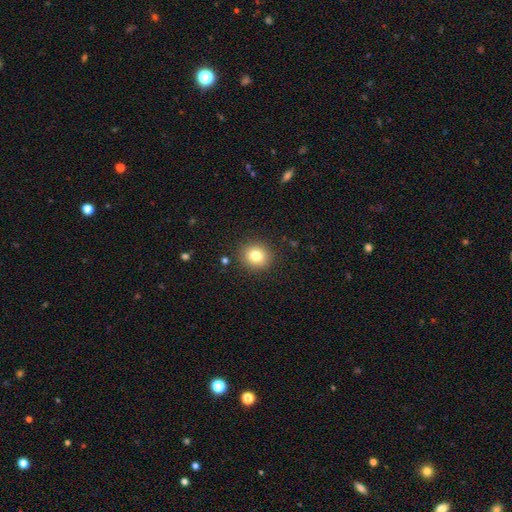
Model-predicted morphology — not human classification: This appears to be a smooth galaxy with no disk features (80%) that is round (87%). Merging: none (90%).